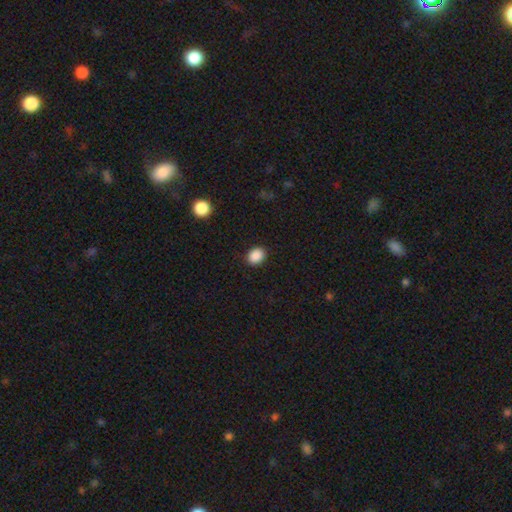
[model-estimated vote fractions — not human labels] Smooth or featured? smooth (89%)
How rounded? in between (50%)
Merging? none (89%)